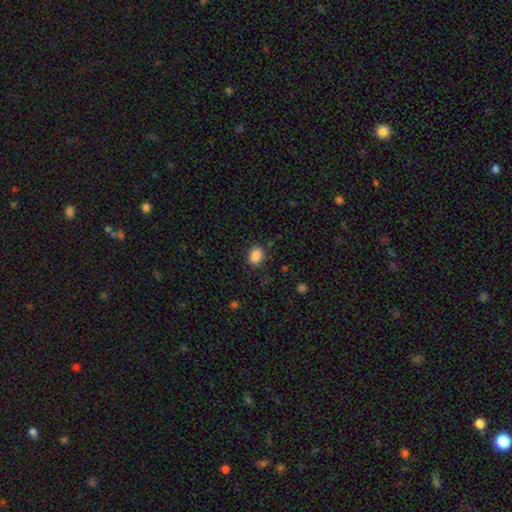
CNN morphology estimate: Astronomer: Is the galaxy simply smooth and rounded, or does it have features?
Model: smooth — 88%.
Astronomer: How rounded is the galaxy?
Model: in between — 75%.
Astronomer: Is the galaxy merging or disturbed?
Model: none — 83%.